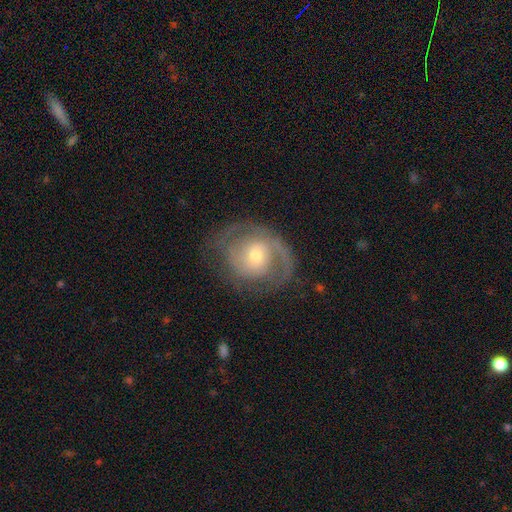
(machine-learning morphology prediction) type=featured or disk (74%); edge-on=no (97%); bar=no (68%); spiral arms=yes (85%); winding=tight (46%); arm count=2 (52%); bulge=moderate (50%); merging=none (65%).